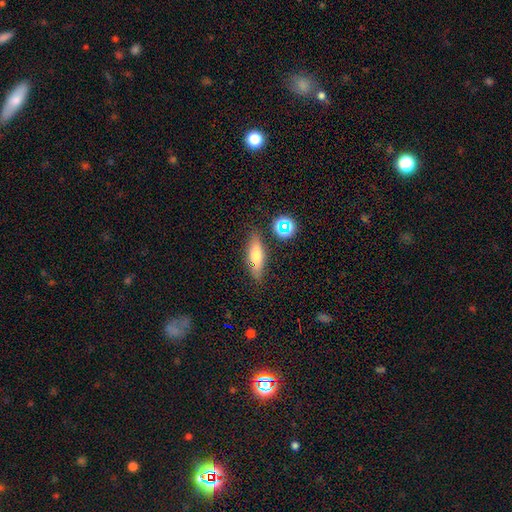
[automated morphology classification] smooth-or-featured: smooth: 62% | featured or disk: 28% | star or artifact: 10%
  how-rounded: cigar-shaped: 50% | in between: 46% | round: 4%
  merging: none: 80% | minor disturbance: 13% | merger: 4% | major disturbance: 3%